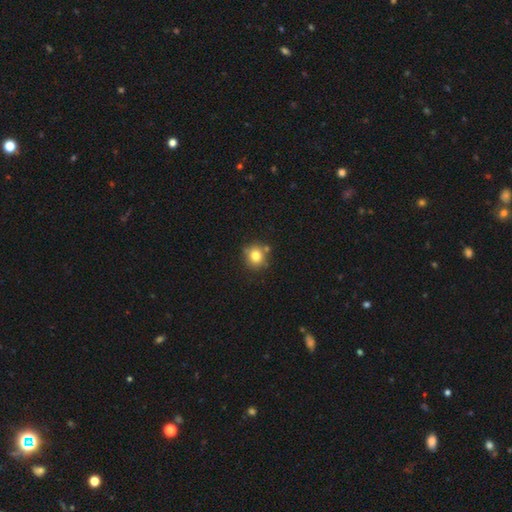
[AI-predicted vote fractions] This appears to be a smooth galaxy with no disk features (79%) that is round (85%). Merging: none (72%).